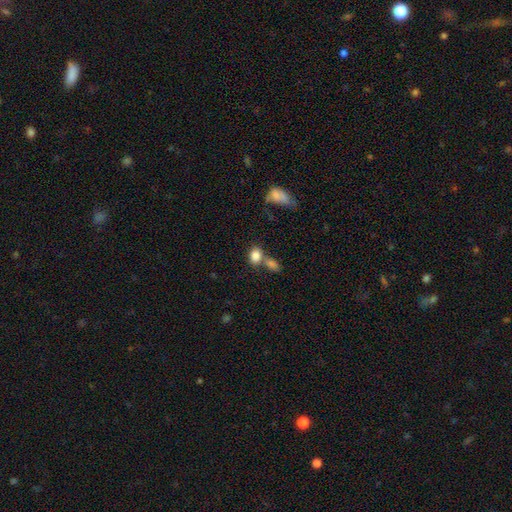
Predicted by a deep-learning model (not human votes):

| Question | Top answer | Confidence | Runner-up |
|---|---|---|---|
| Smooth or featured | smooth | 83% | star or artifact (9%) |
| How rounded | in between | 67% | round (31%) |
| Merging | none | 42% | merger (41%) |